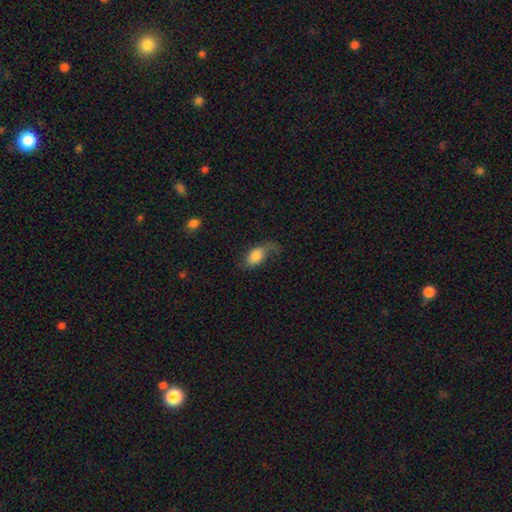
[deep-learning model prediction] A smooth galaxy with no disk features (70%) that is in between round and cigar-shaped (88%).

Vote fractions:
- Smooth or featured? smooth: 70% / featured or disk: 22% / star or artifact: 8%
- How rounded? in between: 88% / round: 8% / cigar-shaped: 4%
- Merging? none: 38% / major disturbance: 31% / minor disturbance: 28% / merger: 3%